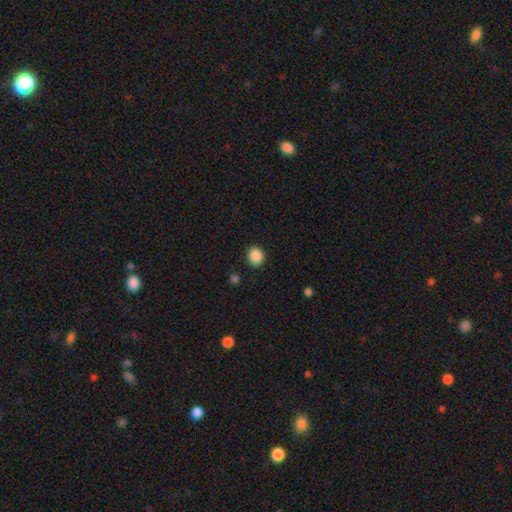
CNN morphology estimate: smooth-or-featured: smooth: 88% | star or artifact: 9% | featured or disk: 3%
  how-rounded: round: 79% | in between: 20% | cigar-shaped: 1%
  merging: none: 89% | minor disturbance: 7% | major disturbance: 2% | merger: 2%